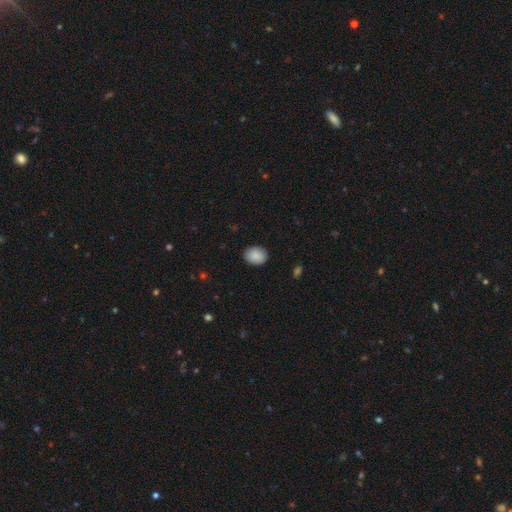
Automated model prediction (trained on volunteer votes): A smooth galaxy with no disk features (90%) that is in between round and cigar-shaped (56%). Merging: none (87%).